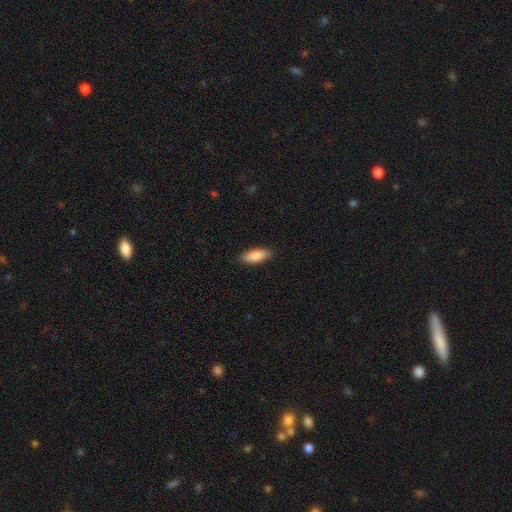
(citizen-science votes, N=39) This appears to be a smooth galaxy with no disk features (90%) that is in between round and cigar-shaped (80%). Merging: none (82%).